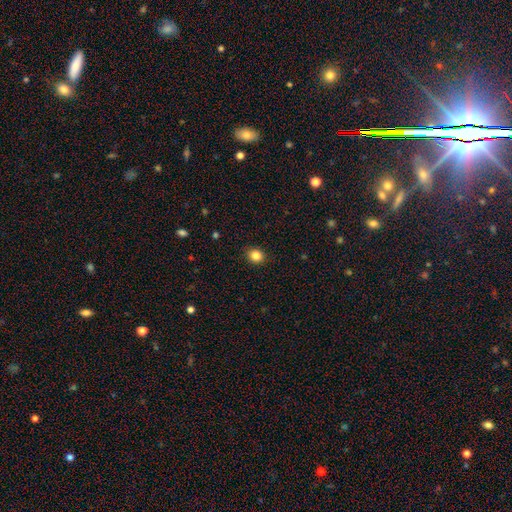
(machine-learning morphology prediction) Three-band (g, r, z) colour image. It shows a smooth galaxy with no disk features (85%) that is round (76%). Merging: none (90%).